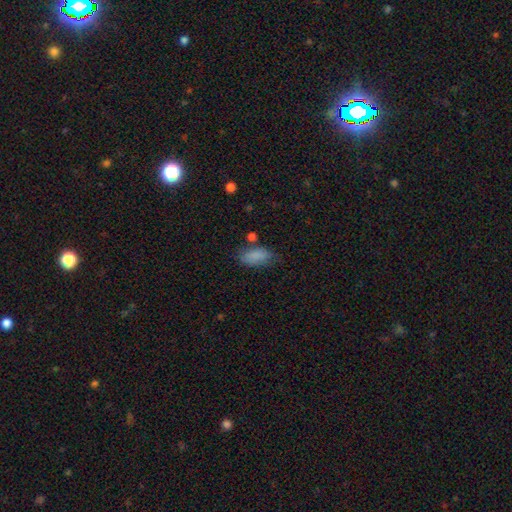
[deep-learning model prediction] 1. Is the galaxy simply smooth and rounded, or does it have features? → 84% smooth, 8% star or artifact, 7% featured or disk.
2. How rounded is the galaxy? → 90% in between, 7% cigar-shaped, 4% round.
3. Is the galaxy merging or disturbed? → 61% none, 26% minor disturbance, 8% major disturbance, 5% merger.